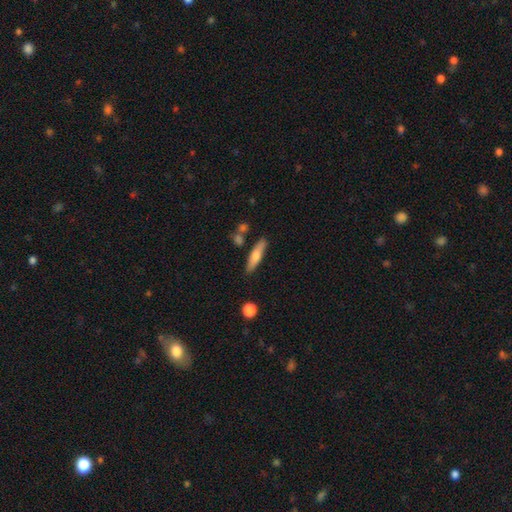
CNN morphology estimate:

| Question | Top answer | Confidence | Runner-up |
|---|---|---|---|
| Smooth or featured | smooth | 65% | featured or disk (28%) |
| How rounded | cigar-shaped | 73% | in between (25%) |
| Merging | none | 80% | minor disturbance (12%) |